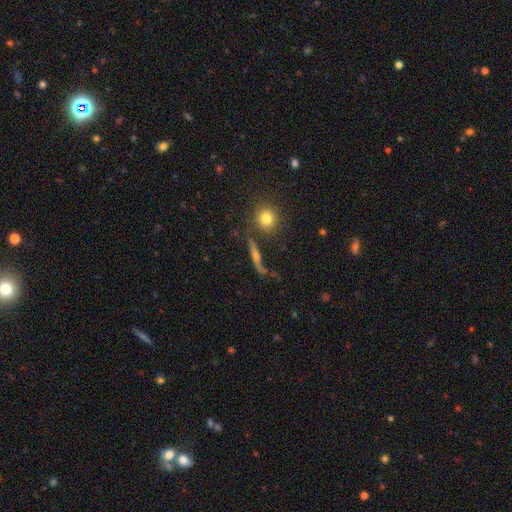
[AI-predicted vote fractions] Smooth or featured? featured or disk (51%)
Edge-on disk? yes (75%)
Merging? none (66%)